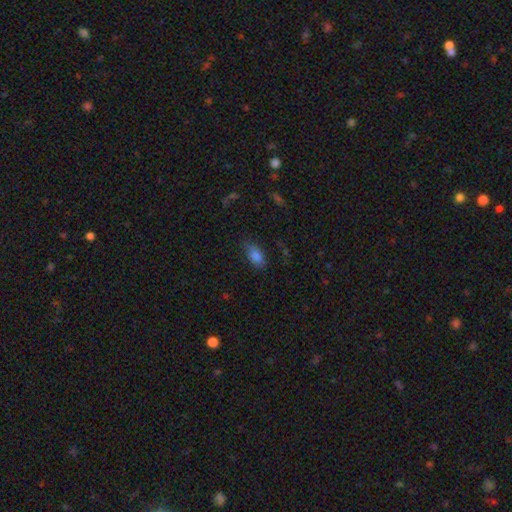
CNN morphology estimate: smooth 83%, star or artifact 10%, featured or disk 7%. Down the decision tree: how rounded — in between (89%); merging — none (75%).